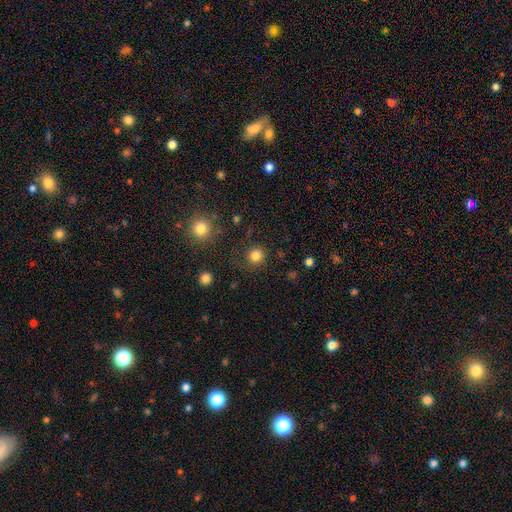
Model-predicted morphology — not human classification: Smooth or featured? Predicted: smooth (p=0.82). How rounded? Predicted: round (p=0.94). Merging? Predicted: none (p=0.85).